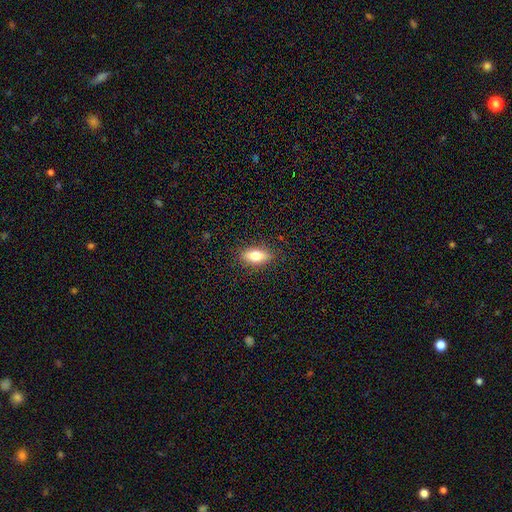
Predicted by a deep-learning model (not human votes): Smooth or featured? Predicted: smooth (p=0.74). How rounded? Predicted: in between (p=0.82). Merging? Predicted: none (p=0.87).